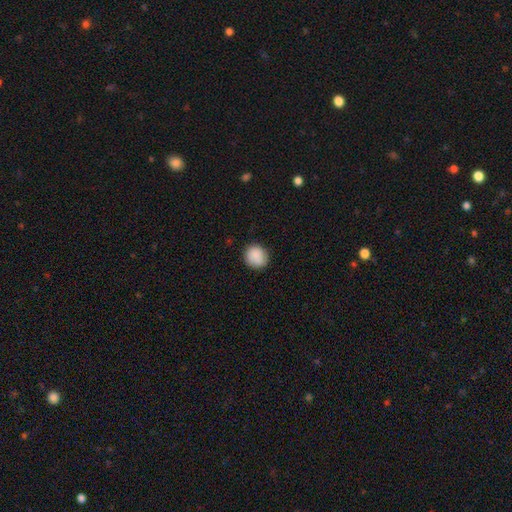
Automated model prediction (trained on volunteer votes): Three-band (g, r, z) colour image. It shows a smooth galaxy with no disk features (89%) that is round (85%). Merging: none (86%).